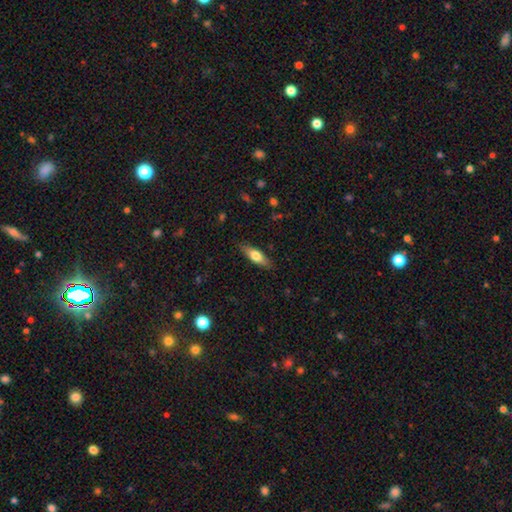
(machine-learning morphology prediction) Smooth or featured? Predicted: smooth (p=0.65). How rounded? Predicted: in between (p=0.50). Merging? Predicted: none (p=0.86).